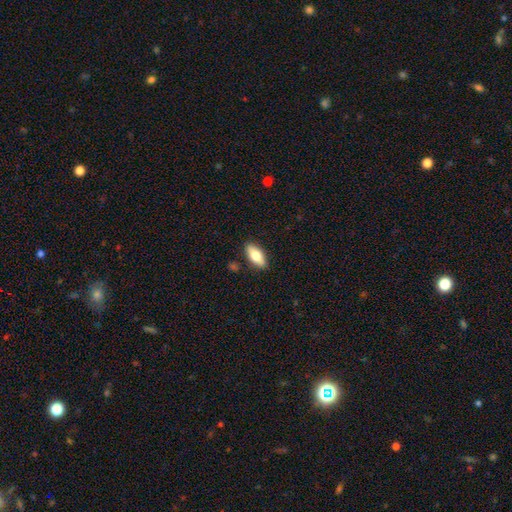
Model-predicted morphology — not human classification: The model was most divided on "smooth or featured": smooth: 75%, featured or disk: 19%, star or artifact: 6%. More confident: merging — none (88%); how rounded — in between (83%).